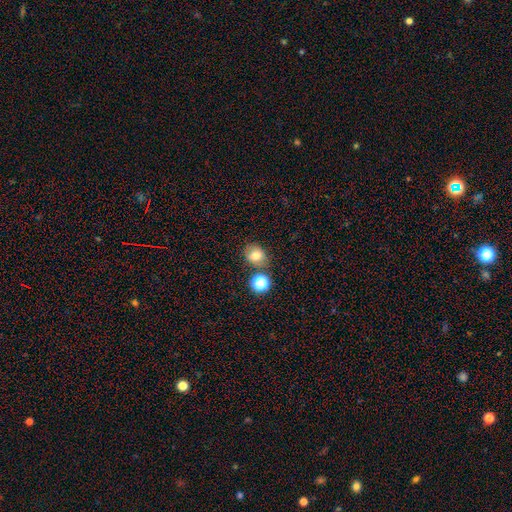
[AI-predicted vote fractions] smooth-or-featured: smooth: 74% | star or artifact: 15% | featured or disk: 11%
  how-rounded: round: 63% | in between: 36% | cigar-shaped: 1%
  merging: none: 72% | minor disturbance: 12% | merger: 12% | major disturbance: 4%